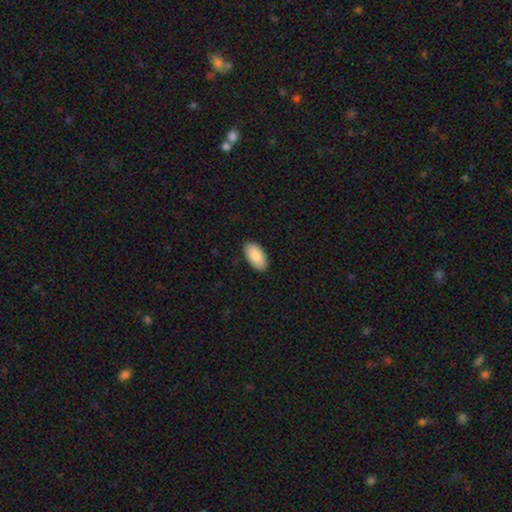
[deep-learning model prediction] Smooth or featured? smooth (89%)
How rounded? in between (96%)
Merging? none (88%)